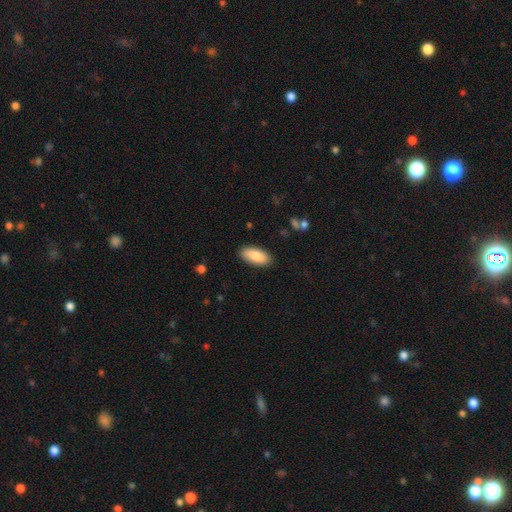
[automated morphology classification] Smooth or featured: smooth — 85% (featured or disk — 9%)
How rounded: in between — 88% (cigar-shaped — 10%)
Merging: none — 88% (minor disturbance — 9%)